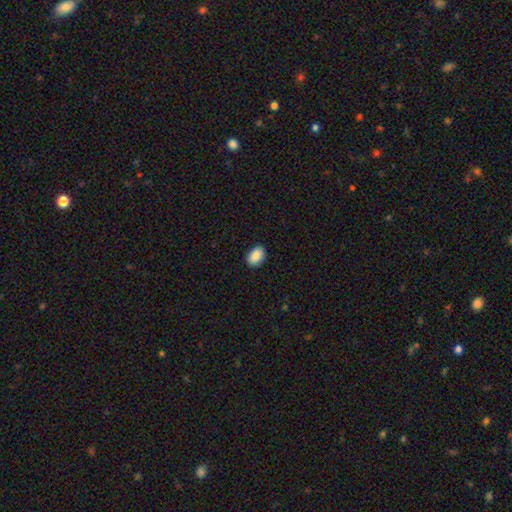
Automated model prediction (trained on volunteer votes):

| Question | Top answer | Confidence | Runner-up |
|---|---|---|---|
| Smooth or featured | smooth | 89% | star or artifact (7%) |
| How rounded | in between | 85% | round (14%) |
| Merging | none | 88% | minor disturbance (9%) |